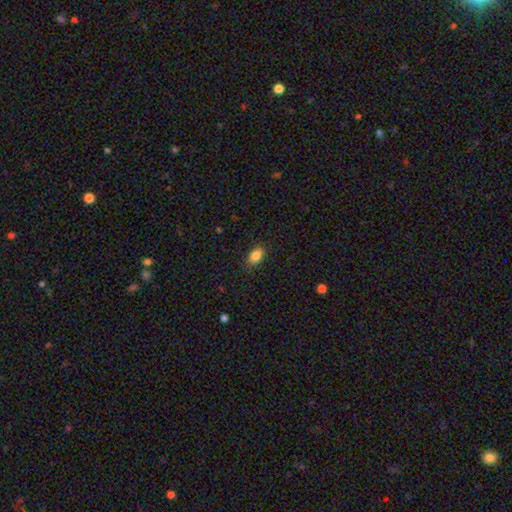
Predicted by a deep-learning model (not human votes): smooth-or-featured: smooth: 85% | star or artifact: 8% | featured or disk: 6%
  how-rounded: in between: 89% | round: 8% | cigar-shaped: 3%
  merging: none: 86% | minor disturbance: 11% | major disturbance: 2% | merger: 1%